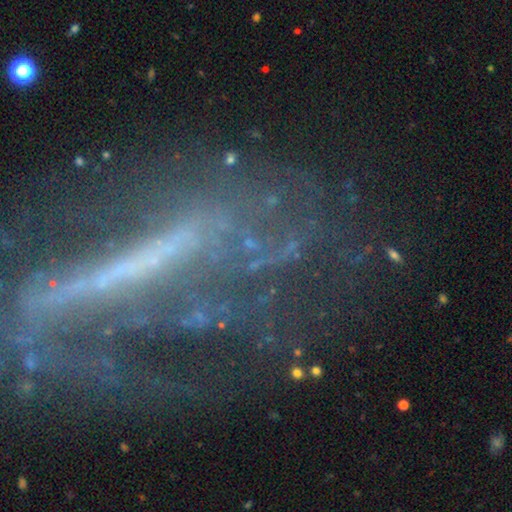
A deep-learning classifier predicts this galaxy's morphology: Smooth or featured? featured or disk (55%)
Edge-on disk? no (83%)
Merging? none (57%)